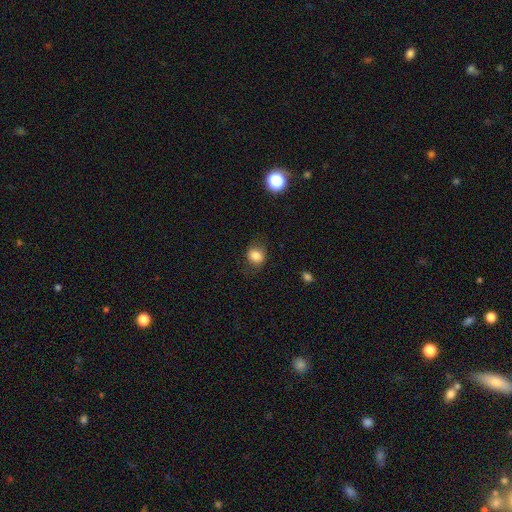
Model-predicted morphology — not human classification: This appears to be a smooth galaxy with no disk features (83%) that is round (70%). Merging: none (76%).